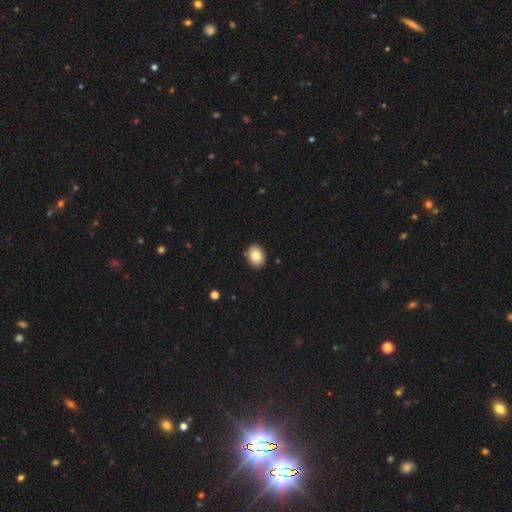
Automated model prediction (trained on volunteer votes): Q: Smooth or featured?
A: smooth (81%); runner-up: featured or disk (10%)
Q: How rounded?
A: in between (58%); runner-up: round (41%)
Q: Merging?
A: none (88%); runner-up: minor disturbance (8%)